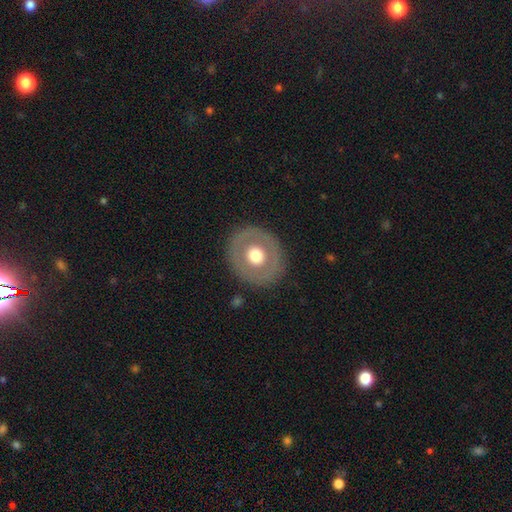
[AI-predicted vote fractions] smooth_or_featured: smooth (p=0.52) [alt: featured or disk p=0.41]
how_rounded: round (p=0.81) [alt: in between p=0.18]
merging: none (p=0.86) [alt: minor disturbance p=0.09]